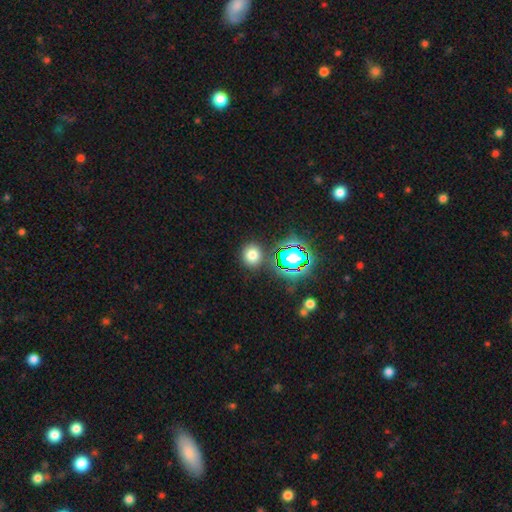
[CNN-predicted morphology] star or artifact 47%, smooth 45%, featured or disk 8%.